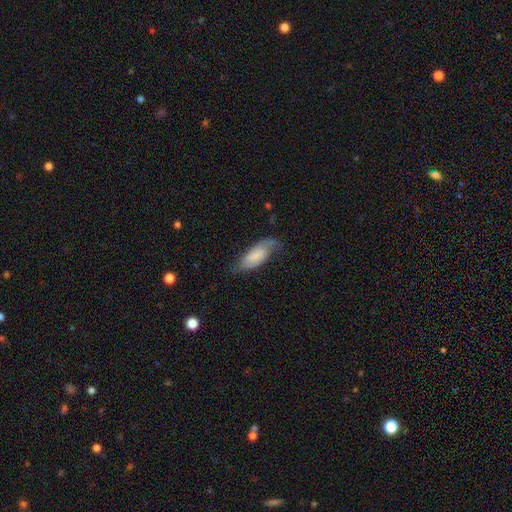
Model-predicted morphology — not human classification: Smooth or featured? Predicted: smooth (p=0.51). How rounded? Predicted: in between (p=0.79). Merging? Predicted: none (p=0.61).